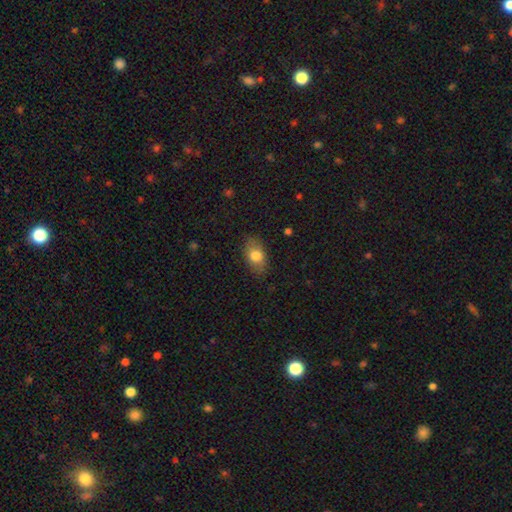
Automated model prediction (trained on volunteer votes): A smooth galaxy with no disk features (78%) that is in between round and cigar-shaped (84%). Merging: none (80%).